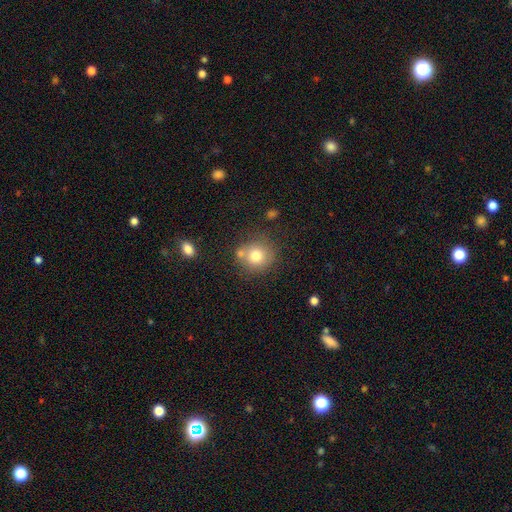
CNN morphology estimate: Q: Smooth or featured?
A: smooth (75%); runner-up: featured or disk (13%)
Q: How rounded?
A: round (87%); runner-up: in between (12%)
Q: Merging?
A: none (64%); runner-up: merger (19%)